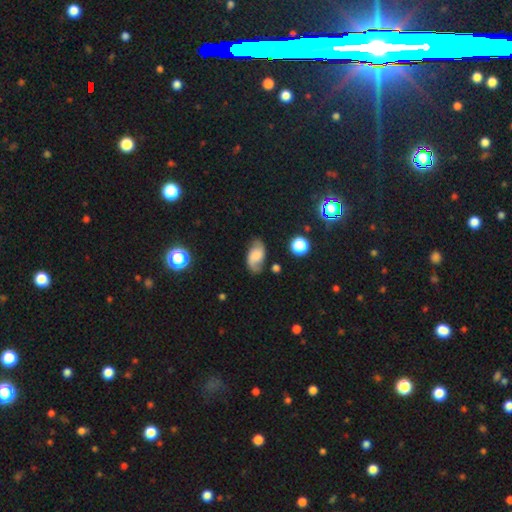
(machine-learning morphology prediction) Smooth or featured? featured or disk (55%)
Edge-on disk? no (95%)
Bar? no (56%)
Spiral arms? yes (91%)
Bulge size? none (40%)
Merging? none (72%)